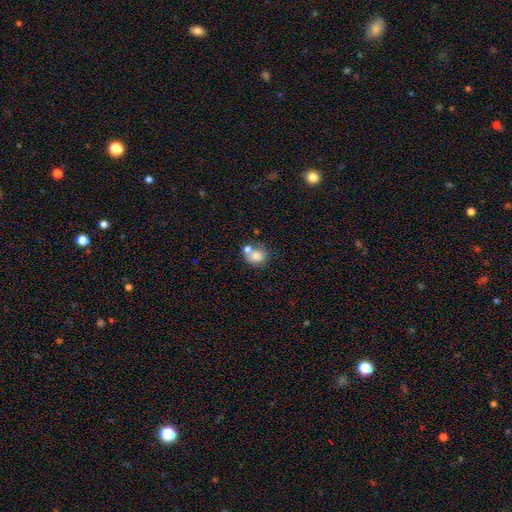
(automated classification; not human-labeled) A smooth galaxy with no disk features (74%) that is round (62%). Merging: merger (49%).